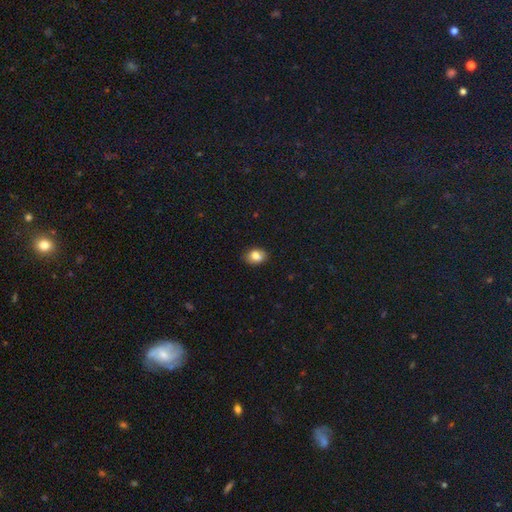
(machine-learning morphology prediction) Smooth or featured: smooth — 79% (featured or disk — 11%)
How rounded: in between — 69% (round — 29%)
Merging: none — 80% (minor disturbance — 15%)